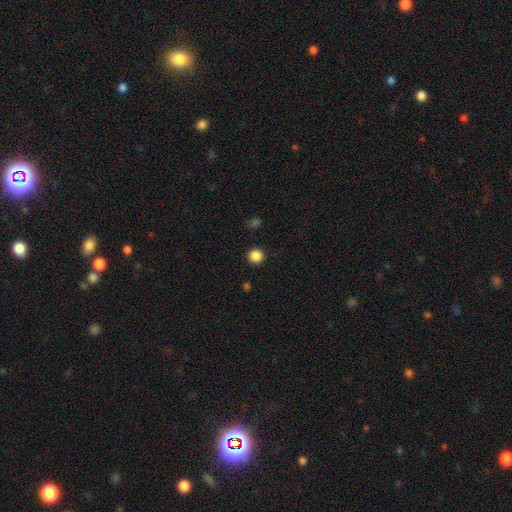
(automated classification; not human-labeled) smooth-or-featured: smooth: 86% | star or artifact: 11% | featured or disk: 3%
  how-rounded: round: 95% | in between: 5% | cigar-shaped: 1%
  merging: none: 92% | minor disturbance: 5% | major disturbance: 2% | merger: 1%